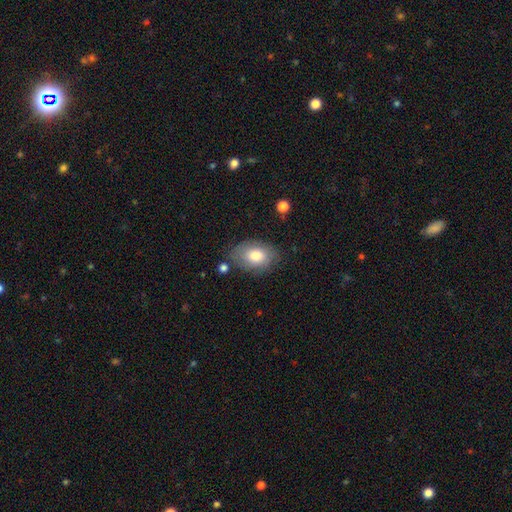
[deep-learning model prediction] Smooth or featured?
  - smooth: 77% *
  - featured or disk: 16%
  - star or artifact: 7%
How rounded?
  - in between: 85% *
  - round: 14%
  - cigar-shaped: 1%
Merging?
  - none: 72% *
  - minor disturbance: 19%
  - major disturbance: 5%
  - merger: 4%